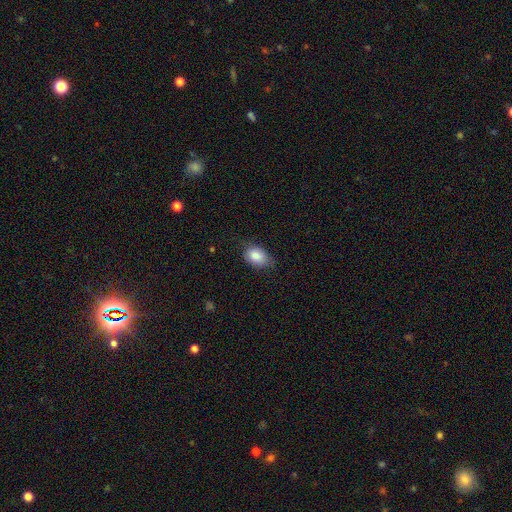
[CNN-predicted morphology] The model was most divided on "merging": none: 68%, minor disturbance: 26%, major disturbance: 5%, merger: 1%. More confident: smooth or featured — smooth (85%); how rounded — in between (83%).